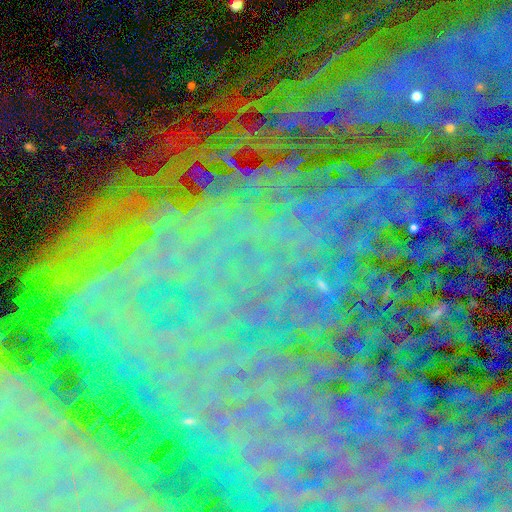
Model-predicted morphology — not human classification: smooth_or_featured: star or artifact (p=0.79) [alt: featured or disk p=0.13]